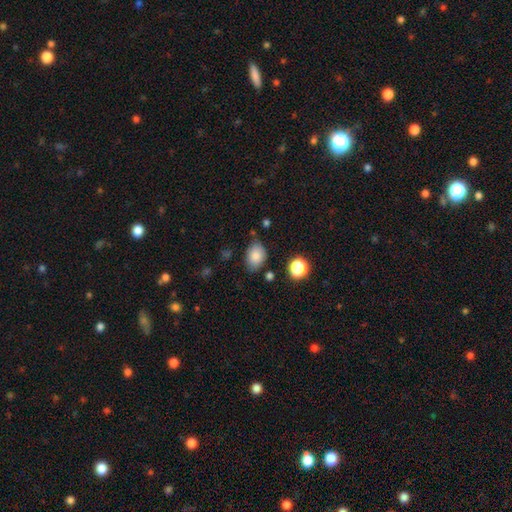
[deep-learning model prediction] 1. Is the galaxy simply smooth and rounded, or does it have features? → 83% smooth, 9% star or artifact, 7% featured or disk.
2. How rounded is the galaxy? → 78% in between, 20% round, 1% cigar-shaped.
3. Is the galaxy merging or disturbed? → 74% none, 18% minor disturbance, 4% major disturbance, 4% merger.